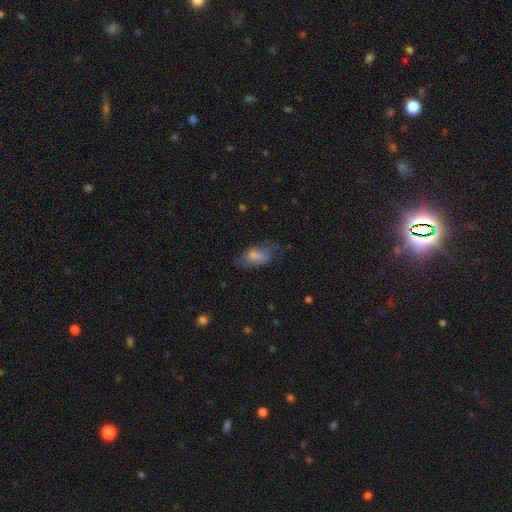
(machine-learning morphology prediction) Q: Smooth or featured?
A: smooth (69%); runner-up: featured or disk (22%)
Q: How rounded?
A: in between (90%); runner-up: round (5%)
Q: Merging?
A: none (46%); runner-up: minor disturbance (30%)